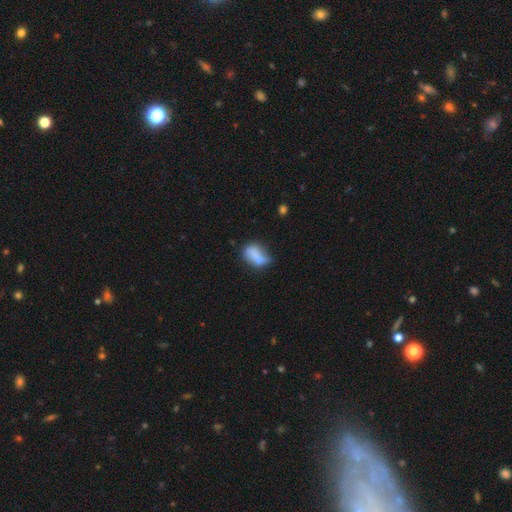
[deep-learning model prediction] A smooth galaxy with no disk features (69%) that is in between round and cigar-shaped (78%). Merging: none (37%).